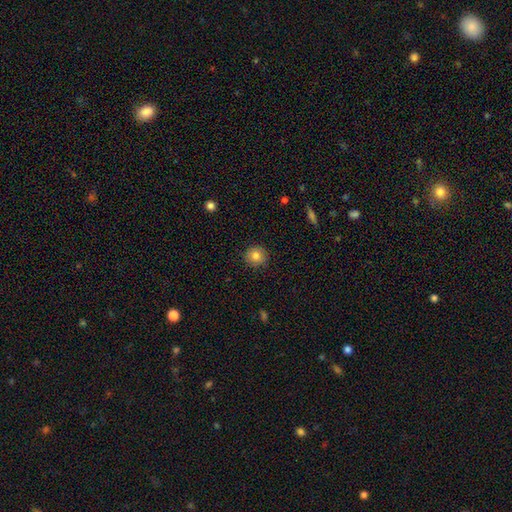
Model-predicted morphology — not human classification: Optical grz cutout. It shows a smooth galaxy with no disk features (82%) that is round (90%). Merging: none (90%).